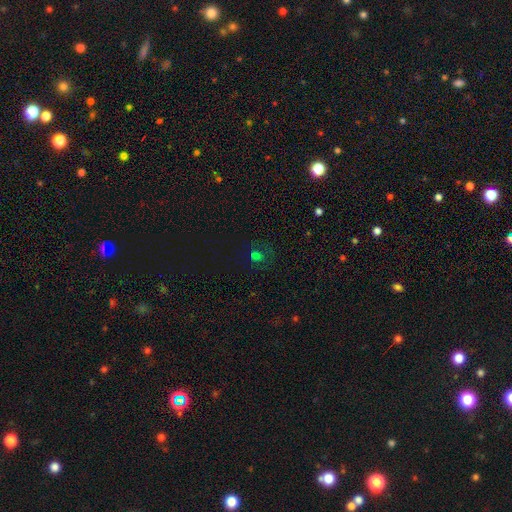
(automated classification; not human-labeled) Morphology: type=smooth (55%); roundness=round (60%); merging=none (56%).